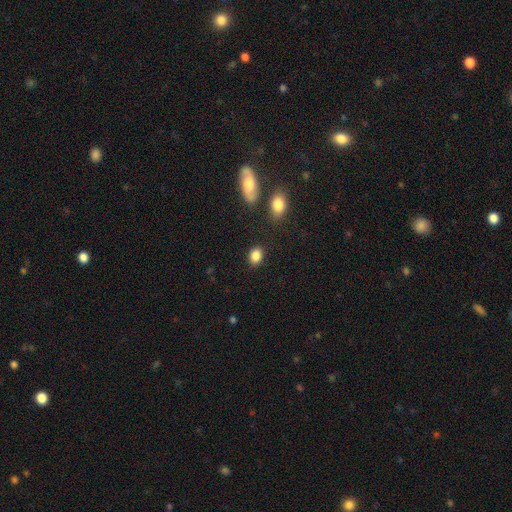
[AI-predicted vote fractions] Q: Smooth or featured?
A: smooth (87%); runner-up: star or artifact (9%)
Q: How rounded?
A: in between (61%); runner-up: round (38%)
Q: Merging?
A: none (84%); runner-up: minor disturbance (10%)